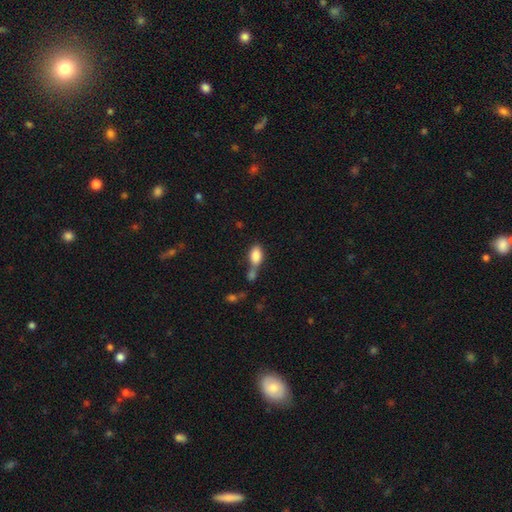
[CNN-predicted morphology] smooth_or_featured: smooth (p=0.84) [alt: featured or disk p=0.08]
how_rounded: in between (p=0.89) [alt: round p=0.07]
merging: merger (p=0.44) [alt: none p=0.35]